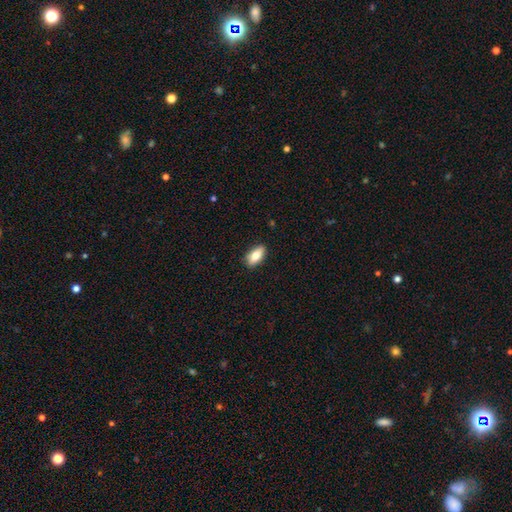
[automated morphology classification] Smooth or featured? smooth (77%)
How rounded? in between (86%)
Merging? none (88%)